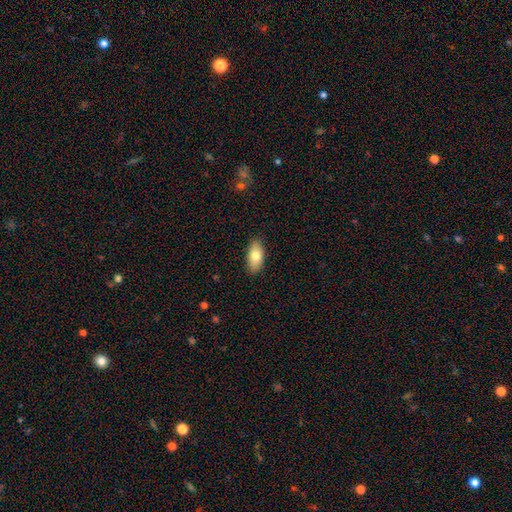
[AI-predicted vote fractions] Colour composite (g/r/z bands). It shows a smooth galaxy with no disk features (77%) that is in between round and cigar-shaped (90%). Merging: none (88%).